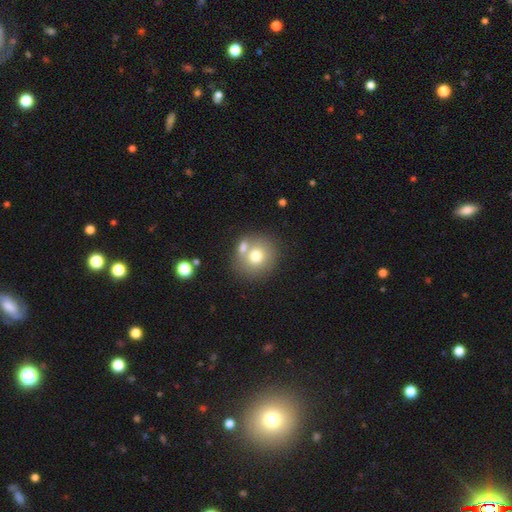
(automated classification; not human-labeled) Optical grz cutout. It shows a smooth galaxy with no disk features (72%) that is round (83%). Merging: none (57%).